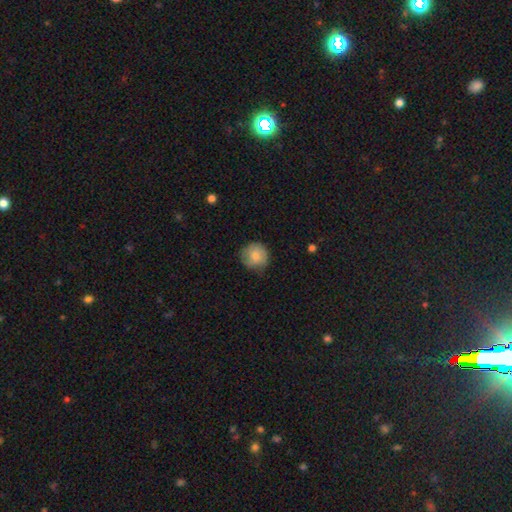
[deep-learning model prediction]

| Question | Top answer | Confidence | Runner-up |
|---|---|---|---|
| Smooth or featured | smooth | 78% | featured or disk (15%) |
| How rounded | round | 91% | in between (8%) |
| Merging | none | 70% | minor disturbance (24%) |